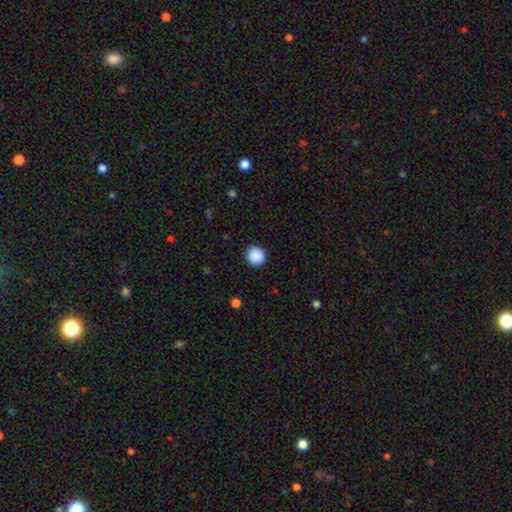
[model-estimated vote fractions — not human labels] A smooth galaxy with no disk features (89%) that is round (94%). Merging: none (91%).